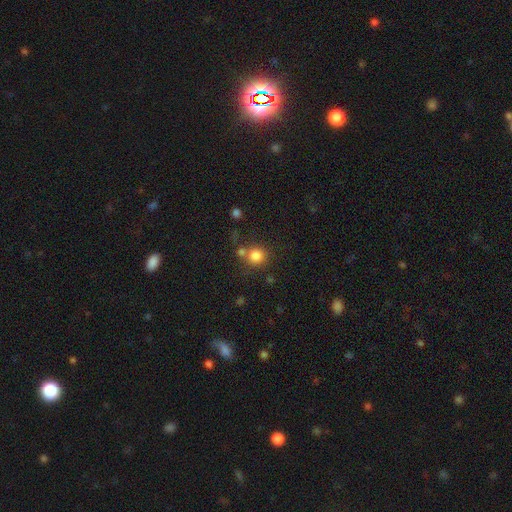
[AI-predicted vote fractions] smooth_or_featured: smooth (p=0.82) [alt: star or artifact p=0.12]
how_rounded: round (p=0.90) [alt: in between p=0.09]
merging: none (p=0.66) [alt: merger p=0.20]